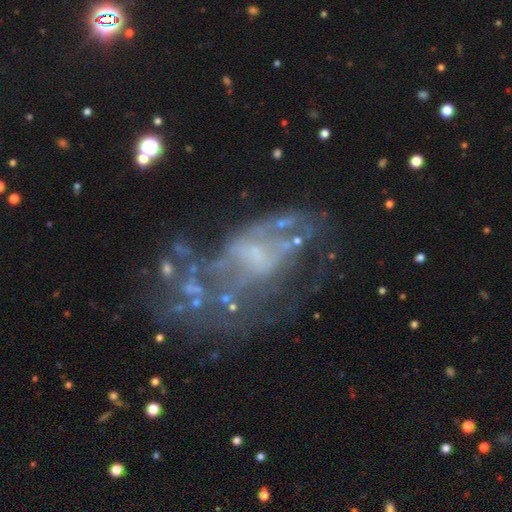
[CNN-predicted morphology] The model was most divided on "merging": none: 37%, major disturbance: 36%, minor disturbance: 19%, merger: 9%. Remaining: edge-on disk — no (96%); bar — no (69%); smooth or featured — featured or disk (69%); spiral arms — no (66%); bulge size — none (48%).